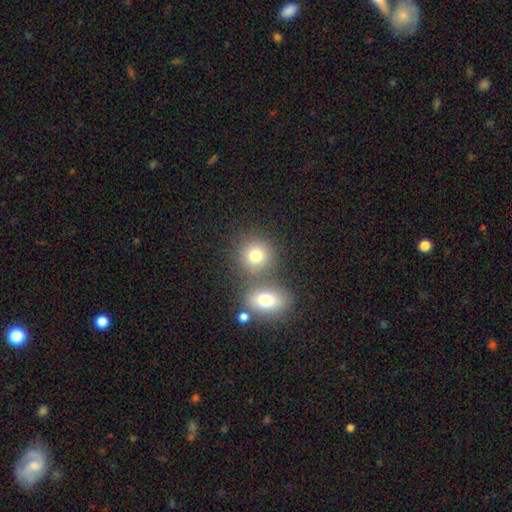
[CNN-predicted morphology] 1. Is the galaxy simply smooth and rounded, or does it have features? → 78% smooth, 12% star or artifact, 10% featured or disk.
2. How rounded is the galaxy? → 82% round, 17% in between, 1% cigar-shaped.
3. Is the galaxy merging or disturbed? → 57% none, 30% merger, 9% minor disturbance, 4% major disturbance.